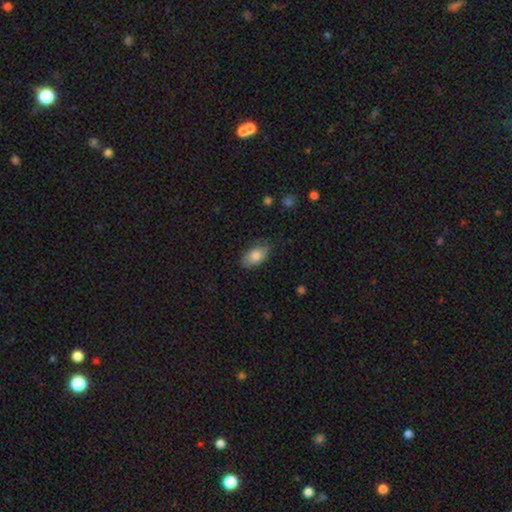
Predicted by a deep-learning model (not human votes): Morphology: type=smooth (77%); roundness=in between (93%); merging=none (79%).